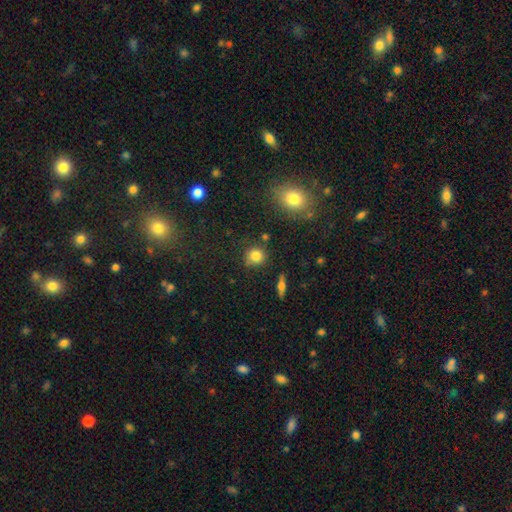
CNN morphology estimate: Q: Smooth or featured?
A: smooth (81%); runner-up: star or artifact (11%)
Q: How rounded?
A: round (87%); runner-up: in between (12%)
Q: Merging?
A: none (79%); runner-up: minor disturbance (13%)